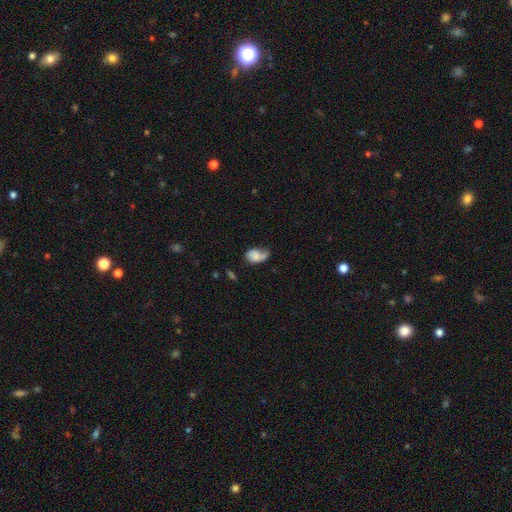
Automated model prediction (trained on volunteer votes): Smooth or featured?
  - smooth: 54% *
  - featured or disk: 37%
  - star or artifact: 9%
How rounded?
  - in between: 81% *
  - round: 17%
  - cigar-shaped: 2%
Merging?
  - minor disturbance: 33% * (tied)
  - none: 33% * (tied)
  - major disturbance: 27%
  - merger: 7%